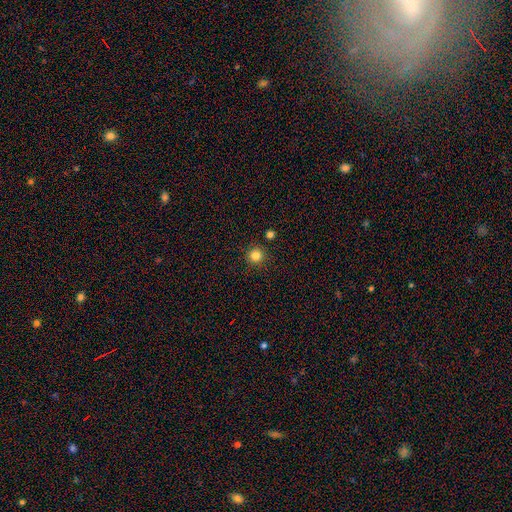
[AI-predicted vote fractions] Smooth or featured?
  - smooth: 83% *
  - star or artifact: 12%
  - featured or disk: 4%
How rounded?
  - round: 96% *
  - in between: 3%
  - cigar-shaped: 1%
Merging?
  - none: 89% *
  - minor disturbance: 6%
  - merger: 3%
  - major disturbance: 2%